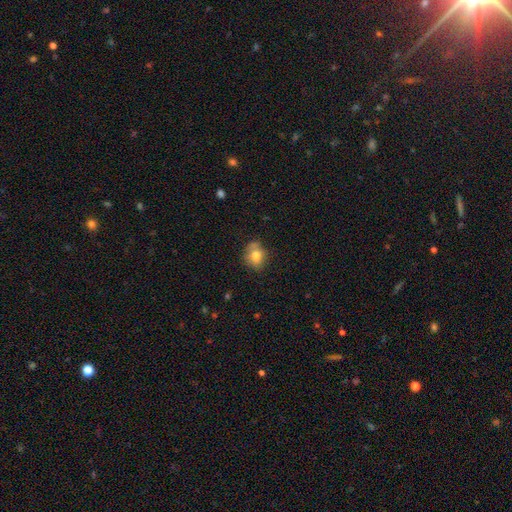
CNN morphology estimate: This appears to be a smooth galaxy with no disk features (76%) that is round (63%). Merging: none (59%).